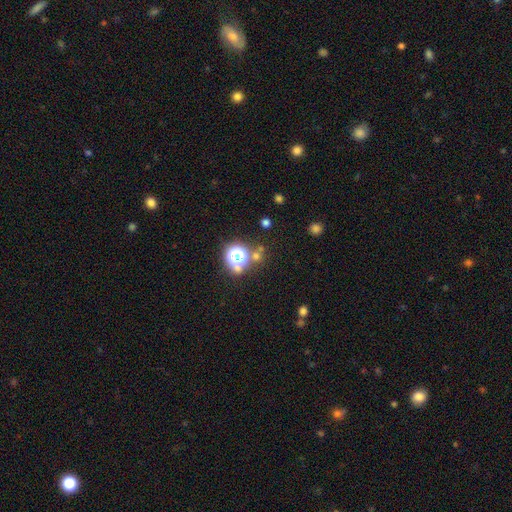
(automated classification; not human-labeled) star or artifact 59%, smooth 32%, featured or disk 9%.